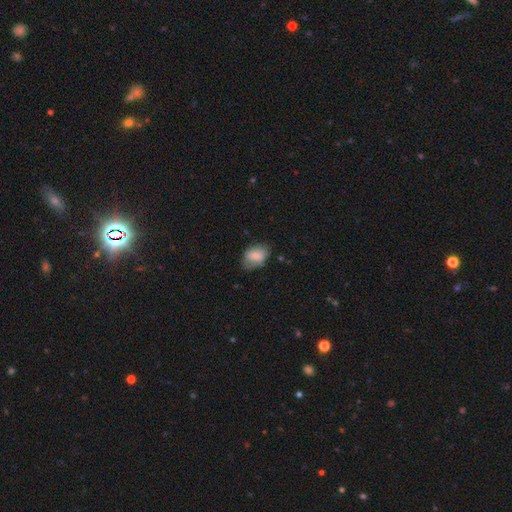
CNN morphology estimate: Smooth or featured?
  - smooth: 73% *
  - featured or disk: 19%
  - star or artifact: 8%
How rounded?
  - in between: 80% *
  - round: 19%
  - cigar-shaped: 1%
Merging?
  - none: 59% *
  - minor disturbance: 29%
  - major disturbance: 9%
  - merger: 2%